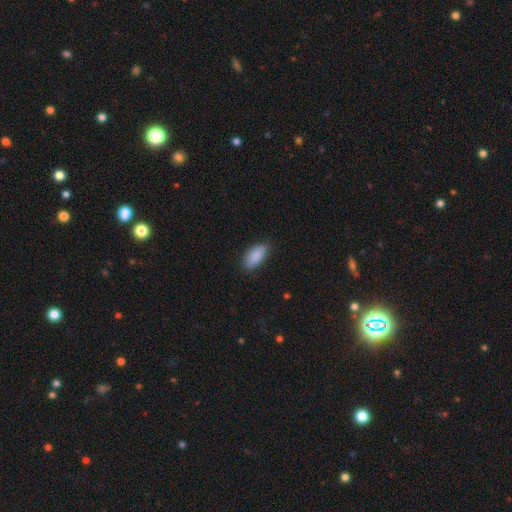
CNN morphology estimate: Smooth or featured? smooth (89%)
How rounded? in between (90%)
Merging? none (82%)